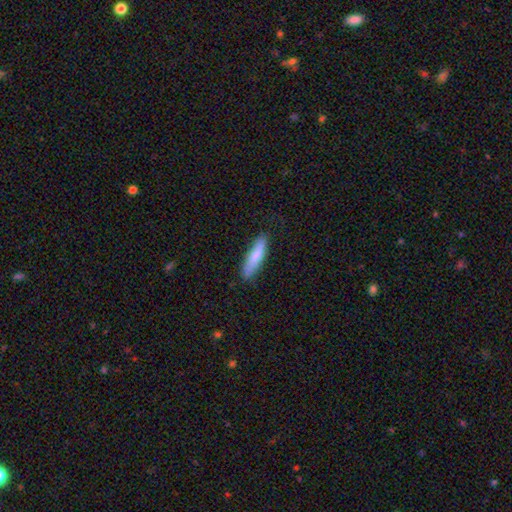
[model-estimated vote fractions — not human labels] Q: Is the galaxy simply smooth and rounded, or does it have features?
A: smooth — 76%.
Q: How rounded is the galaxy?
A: cigar-shaped — 79%.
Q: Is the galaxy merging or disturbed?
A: none — 83%.